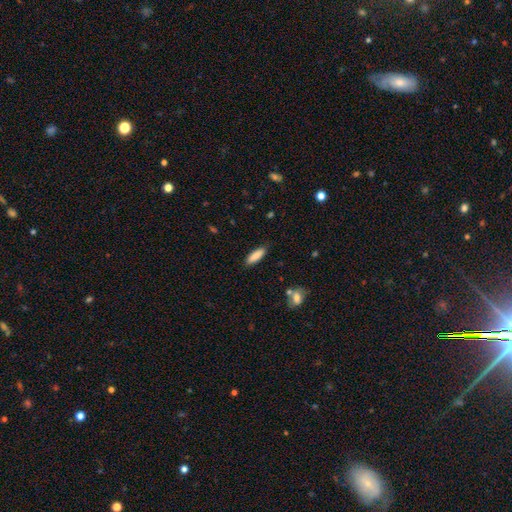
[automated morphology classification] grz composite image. It shows a smooth galaxy with no disk features (86%) that is in between round and cigar-shaped (50%). Merging: none (86%).